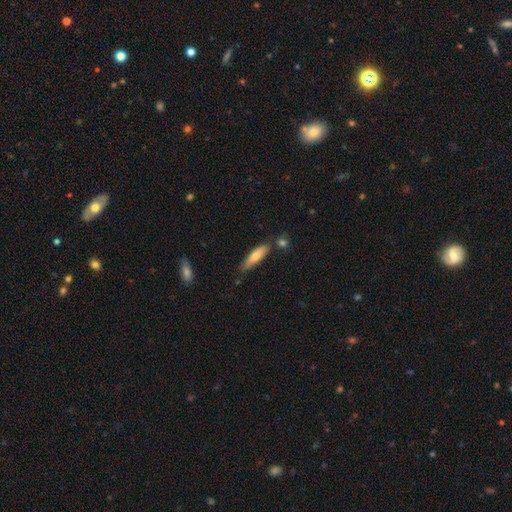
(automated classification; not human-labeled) This is likely a smooth galaxy (71%). How rounded: likely cigar-shaped (67%). Merging: likely none (69%).